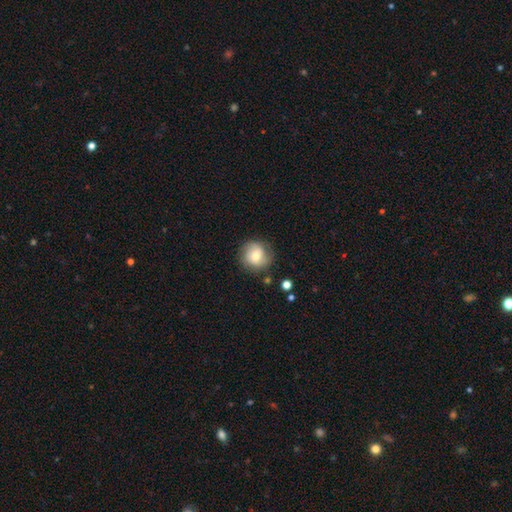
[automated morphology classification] smooth_or_featured: smooth (p=0.65) [alt: featured or disk p=0.27]
how_rounded: round (p=0.89) [alt: in between p=0.10]
merging: none (p=0.76) [alt: minor disturbance p=0.17]